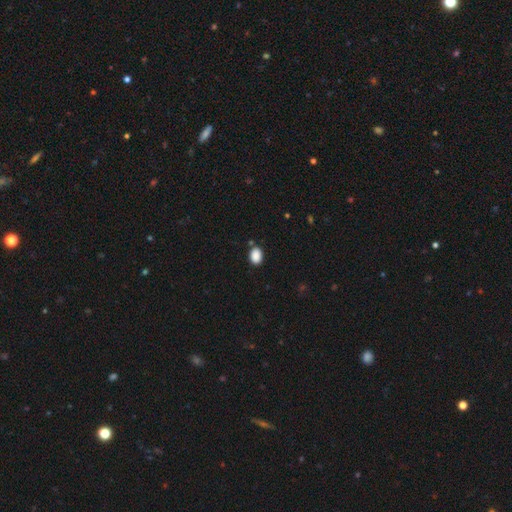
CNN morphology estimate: Overall: smooth (88%). How rounded: in between (75%). Merging: none (82%).